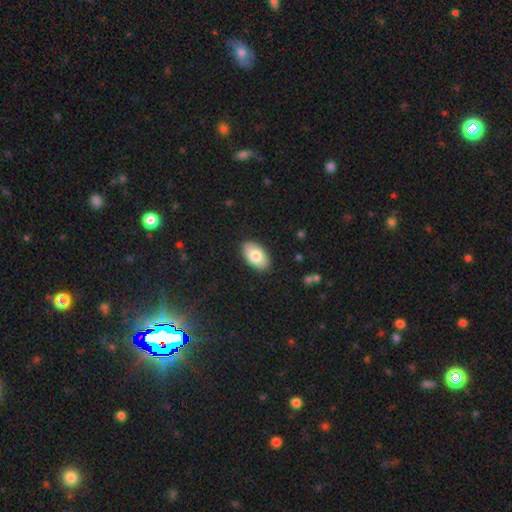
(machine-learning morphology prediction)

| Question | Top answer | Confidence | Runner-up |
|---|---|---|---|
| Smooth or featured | smooth | 79% | featured or disk (15%) |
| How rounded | in between | 94% | round (5%) |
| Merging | none | 88% | minor disturbance (9%) |